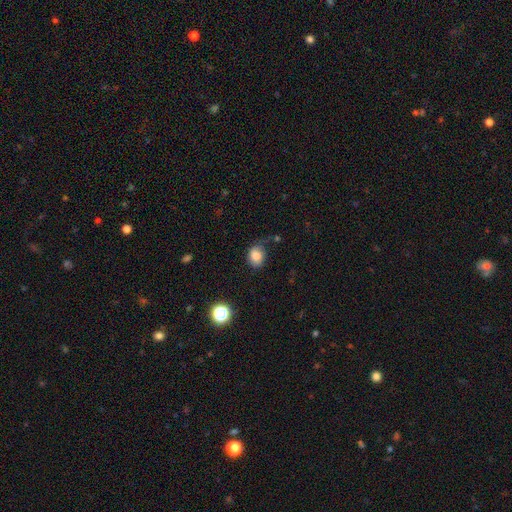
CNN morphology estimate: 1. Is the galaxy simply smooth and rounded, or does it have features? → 81% smooth, 10% star or artifact, 9% featured or disk.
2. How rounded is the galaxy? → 54% round, 45% in between, 1% cigar-shaped.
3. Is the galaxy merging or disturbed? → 51% none, 31% minor disturbance, 14% major disturbance, 4% merger.